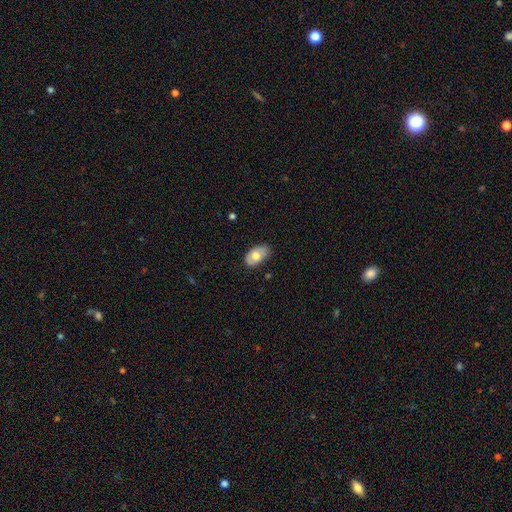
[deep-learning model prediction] Smooth or featured? Predicted: smooth (p=0.67). How rounded? Predicted: in between (p=0.93). Merging? Predicted: none (p=0.75).